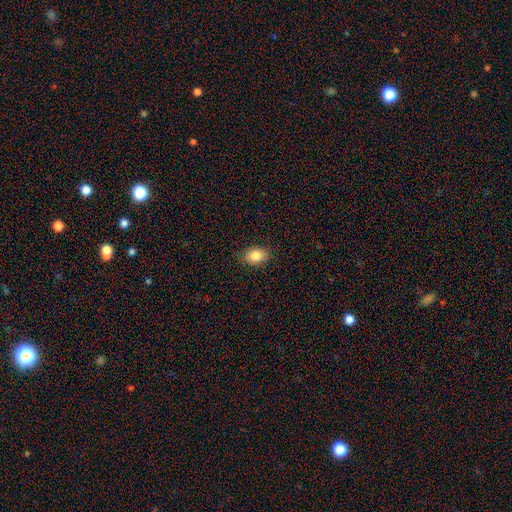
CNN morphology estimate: Smooth or featured? smooth (84%)
How rounded? in between (79%)
Merging? none (85%)